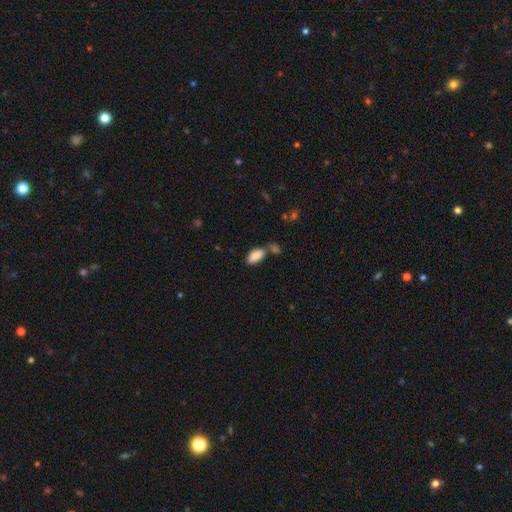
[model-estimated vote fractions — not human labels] smooth 86%, star or artifact 7%, featured or disk 6%. Down the decision tree: how rounded — in between (91%); merging — none (60%).